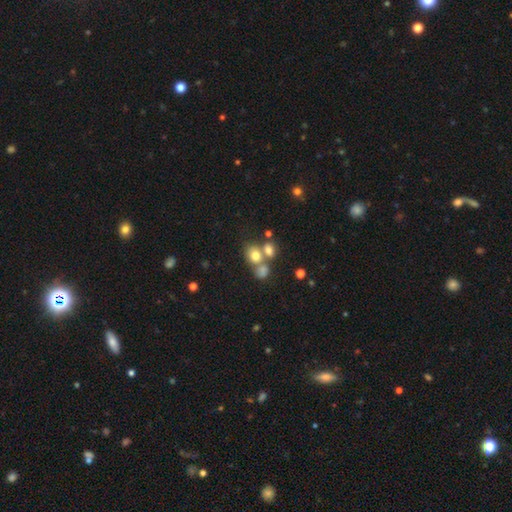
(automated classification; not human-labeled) This appears to be a smooth galaxy with no disk features (73%) that is round (58%). Merging: merger (47%).